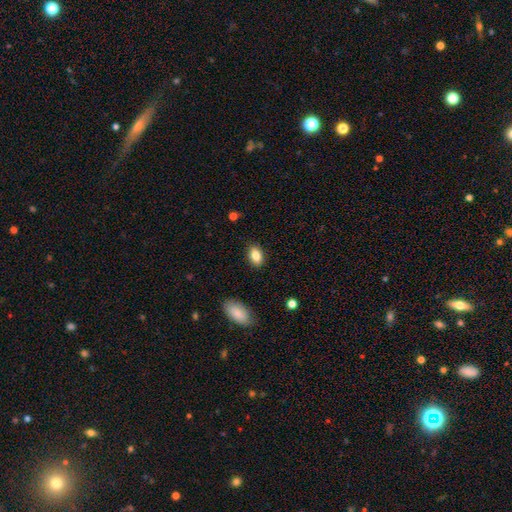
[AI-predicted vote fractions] A smooth galaxy with no disk features (83%) that is in between round and cigar-shaped (87%). Merging: none (88%).